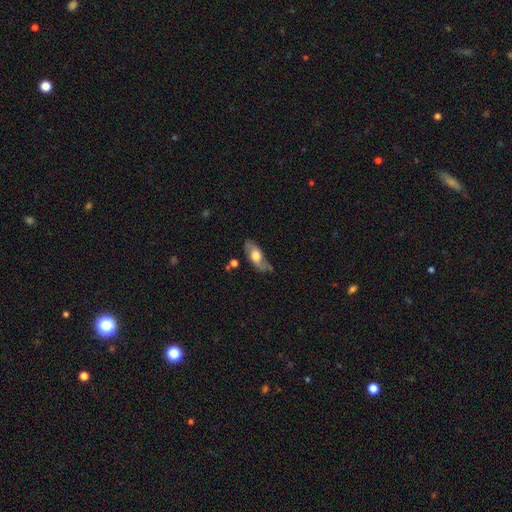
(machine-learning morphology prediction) This is possibly a featured or disk galaxy (50%). It is likely not viewed edge-on (69%). Merging: likely none (69%).